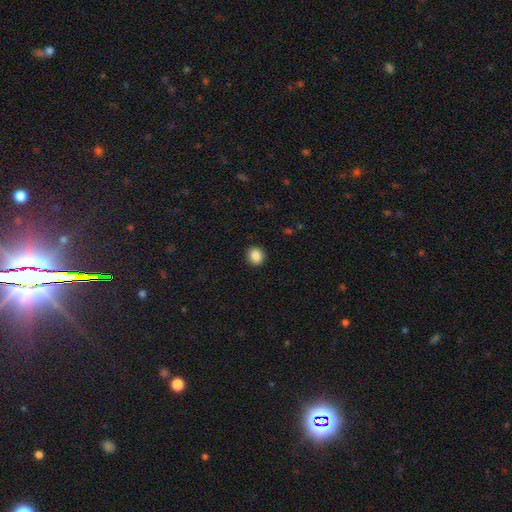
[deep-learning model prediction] The model was most divided on "how rounded": round: 88%, in between: 11%, cigar-shaped: 1%. More confident: merging — none (92%); smooth or featured — smooth (87%).